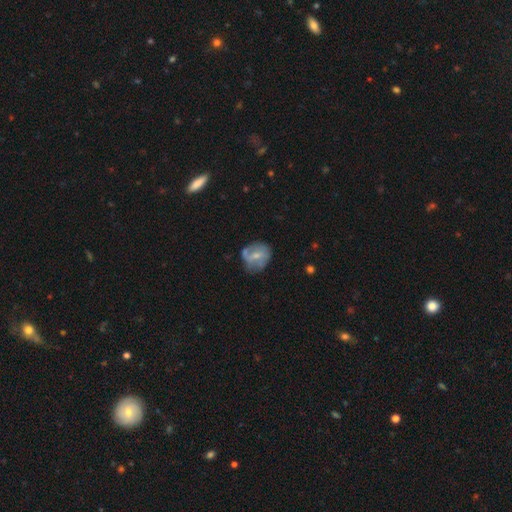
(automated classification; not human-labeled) Q: Smooth or featured?
A: featured or disk (51%); runner-up: smooth (42%)
Q: Edge-on disk?
A: no (96%); runner-up: yes (4%)
Q: Merging?
A: none (53%); runner-up: minor disturbance (30%)